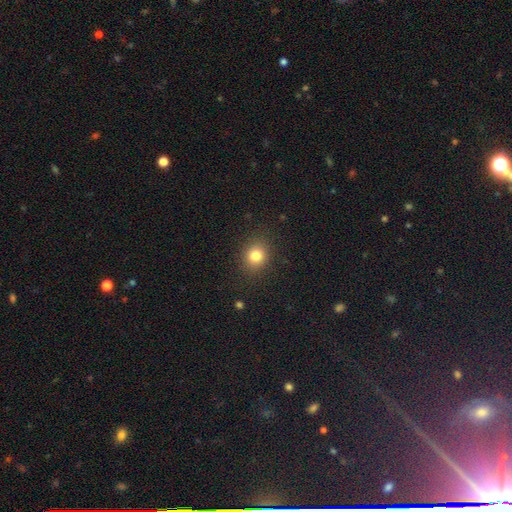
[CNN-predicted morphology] This is clearly a smooth galaxy (81%). How rounded: likely round (68%). Merging: clearly none (88%).